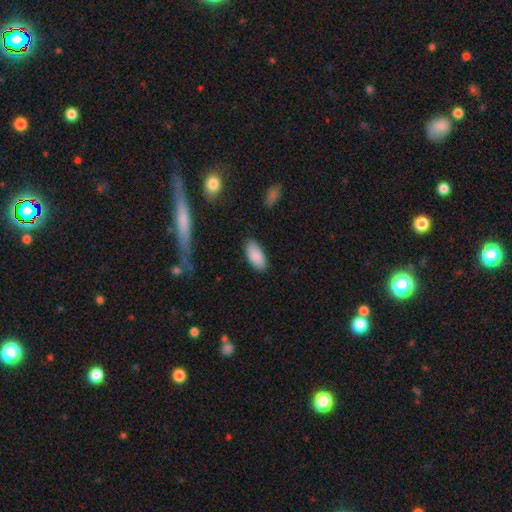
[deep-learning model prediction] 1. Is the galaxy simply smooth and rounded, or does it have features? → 87% smooth, 7% featured or disk, 6% star or artifact.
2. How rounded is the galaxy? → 91% in between, 7% cigar-shaped, 2% round.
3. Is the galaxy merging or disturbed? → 84% none, 12% minor disturbance, 2% major disturbance, 1% merger.